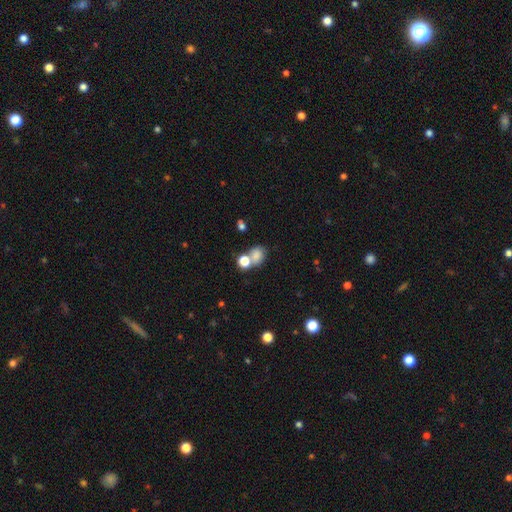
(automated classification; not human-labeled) This is likely a smooth galaxy (77%). How rounded: possibly round (50%). Merging: marginally merger (41%).